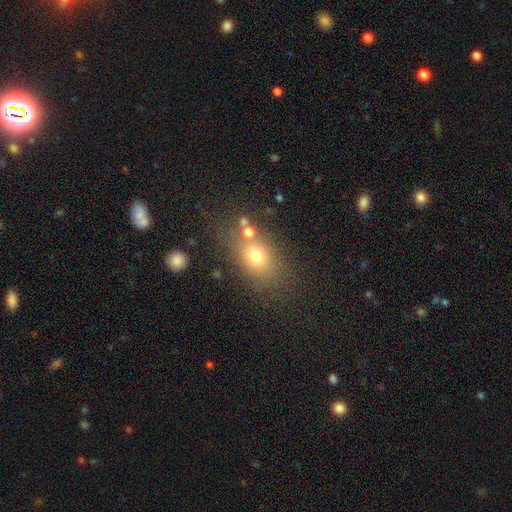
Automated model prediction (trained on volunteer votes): smooth-or-featured: smooth: 70% | star or artifact: 16% | featured or disk: 14%
  how-rounded: in between: 62% | round: 35% | cigar-shaped: 3%
  merging: none: 68% | minor disturbance: 14% | merger: 11% | major disturbance: 7%